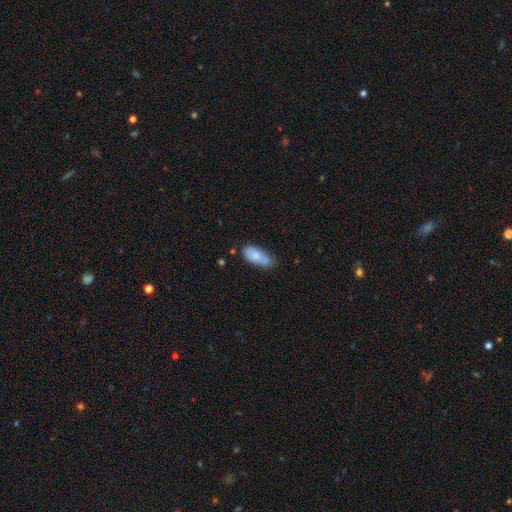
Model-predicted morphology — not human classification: smooth-or-featured: smooth: 71% | featured or disk: 22% | star or artifact: 7%
  how-rounded: in between: 88% | cigar-shaped: 10% | round: 3%
  merging: none: 53% | minor disturbance: 32% | merger: 8% | major disturbance: 7%